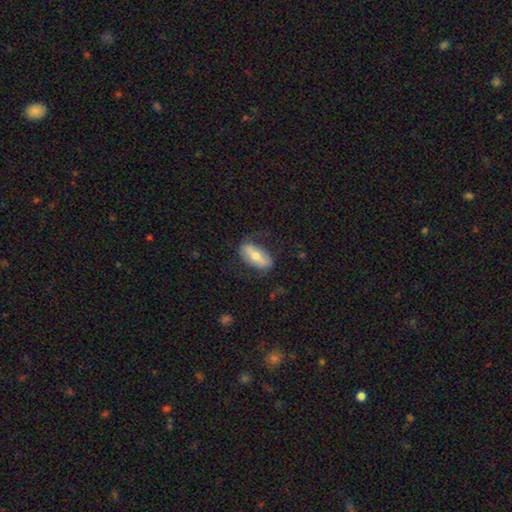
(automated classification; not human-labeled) Smooth or featured?
  - smooth: 52% *
  - featured or disk: 42%
  - star or artifact: 6%
How rounded?
  - in between: 83% *
  - cigar-shaped: 13%
  - round: 4%
Merging?
  - none: 68% *
  - minor disturbance: 21%
  - major disturbance: 10%
  - merger: 1%